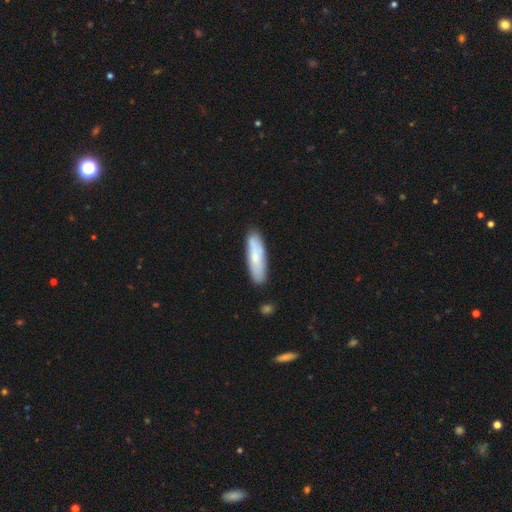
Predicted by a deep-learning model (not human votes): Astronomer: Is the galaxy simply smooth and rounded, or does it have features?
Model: smooth — 69%.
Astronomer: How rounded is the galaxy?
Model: cigar-shaped — 65%.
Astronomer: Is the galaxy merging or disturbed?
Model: none — 83%.